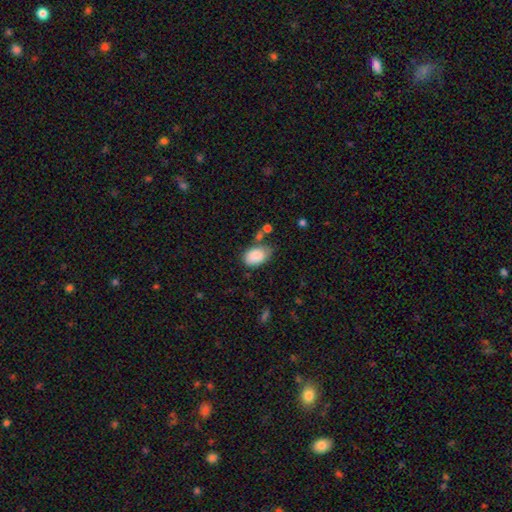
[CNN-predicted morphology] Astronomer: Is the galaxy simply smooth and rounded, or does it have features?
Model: smooth — 87%.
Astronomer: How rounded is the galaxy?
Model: in between — 88%.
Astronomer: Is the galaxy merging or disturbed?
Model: none — 61%.